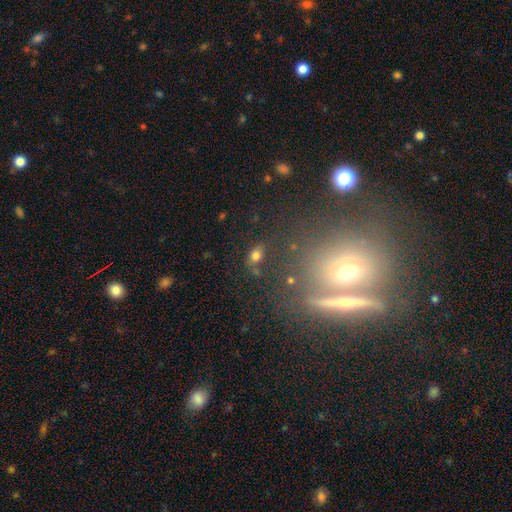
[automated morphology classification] smooth 75%, star or artifact 15%, featured or disk 10%. Down the decision tree: how rounded — in between (81%); merging — none (65%).